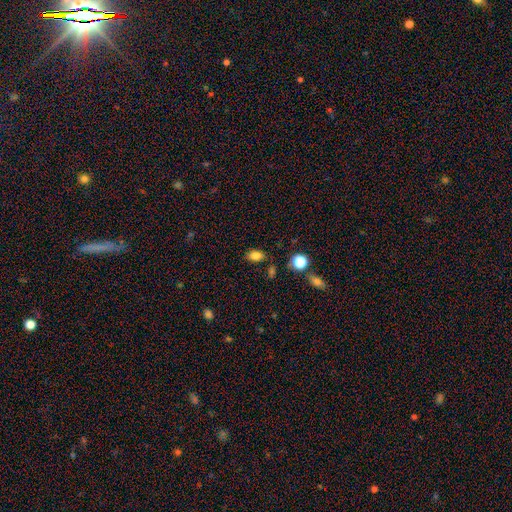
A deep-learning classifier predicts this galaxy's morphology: The model was most divided on "merging": none: 79%, minor disturbance: 13%, merger: 4%, major disturbance: 3%. More confident: how rounded — in between (84%); smooth or featured — smooth (83%).